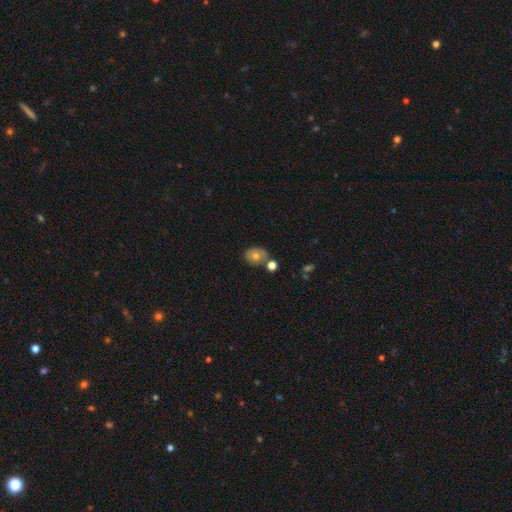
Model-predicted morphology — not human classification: Smooth or featured? smooth (65%)
How rounded? in between (55%)
Merging? none (60%)